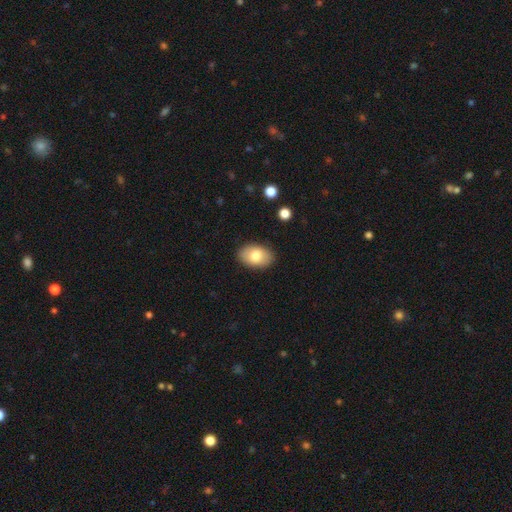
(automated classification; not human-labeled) Smooth or featured: smooth — 78% (featured or disk — 15%)
How rounded: in between — 90% (round — 9%)
Merging: none — 88% (minor disturbance — 9%)